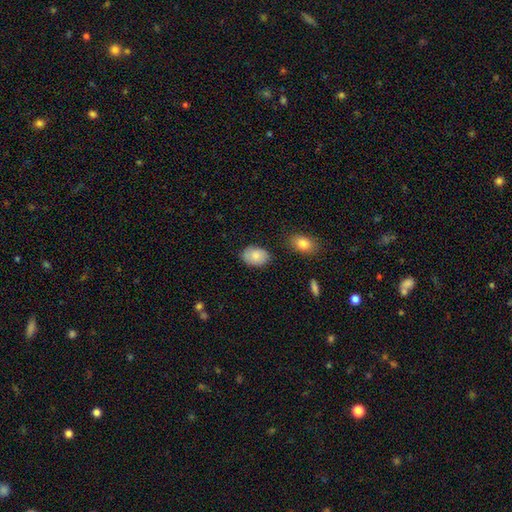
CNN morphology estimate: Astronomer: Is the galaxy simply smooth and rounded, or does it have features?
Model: smooth — 84%.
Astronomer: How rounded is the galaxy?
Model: in between — 82%.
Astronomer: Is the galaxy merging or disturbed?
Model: none — 78%.